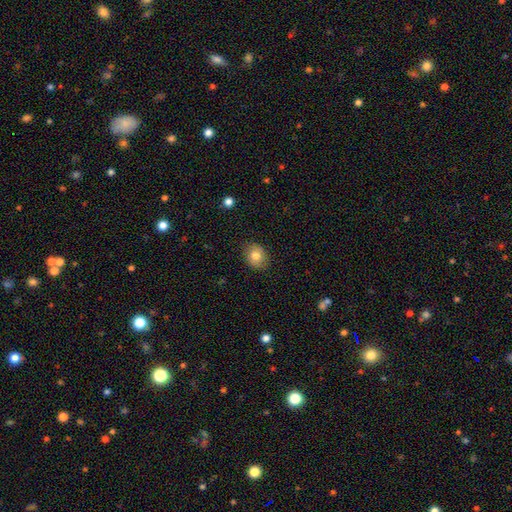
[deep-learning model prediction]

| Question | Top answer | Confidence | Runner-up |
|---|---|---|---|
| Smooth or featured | smooth | 80% | featured or disk (11%) |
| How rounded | round | 56% | in between (43%) |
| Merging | none | 84% | minor disturbance (12%) |